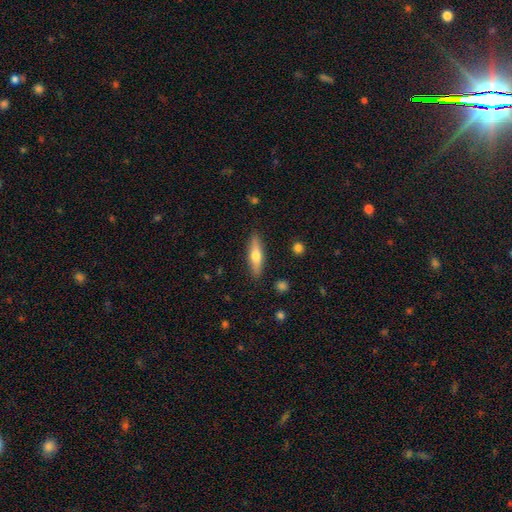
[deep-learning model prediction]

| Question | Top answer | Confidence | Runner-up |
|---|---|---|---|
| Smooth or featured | smooth | 51% | featured or disk (42%) |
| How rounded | cigar-shaped | 65% | in between (32%) |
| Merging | none | 88% | minor disturbance (9%) |